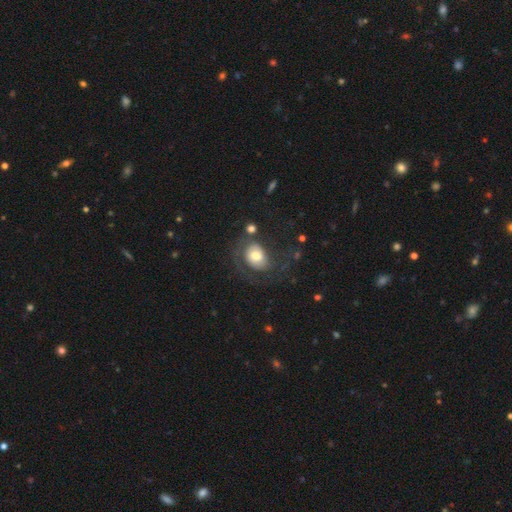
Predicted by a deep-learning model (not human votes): Smooth or featured: smooth — 48% (featured or disk — 43%)
Merging: none — 42% (major disturbance — 33%)